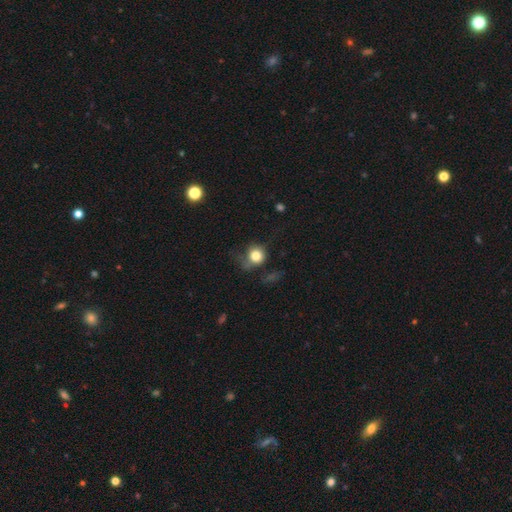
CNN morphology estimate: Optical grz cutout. It shows a smooth galaxy with no disk features (78%) that is round (85%). Merging: none (50%).